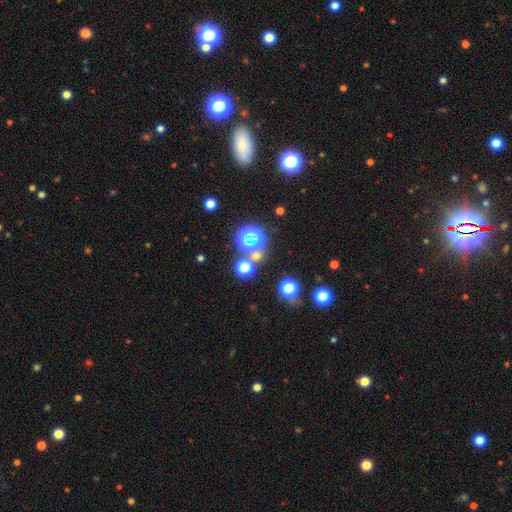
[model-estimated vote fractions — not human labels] This is possibly a star or artifact rather than a galaxy (55%).